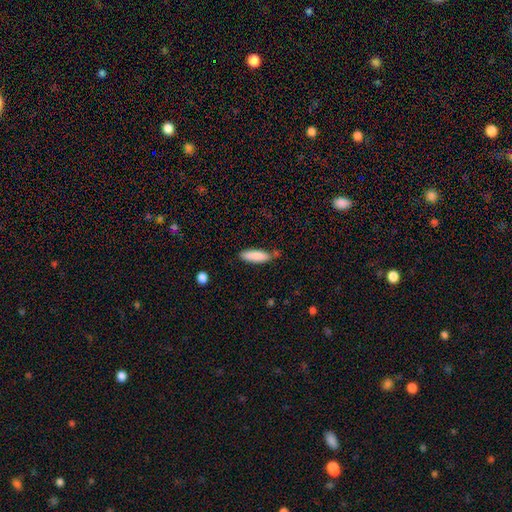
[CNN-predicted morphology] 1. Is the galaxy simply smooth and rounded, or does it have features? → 86% smooth, 8% featured or disk, 6% star or artifact.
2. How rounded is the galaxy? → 55% cigar-shaped, 44% in between, 1% round.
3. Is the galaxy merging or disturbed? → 74% none, 17% minor disturbance, 6% merger, 3% major disturbance.